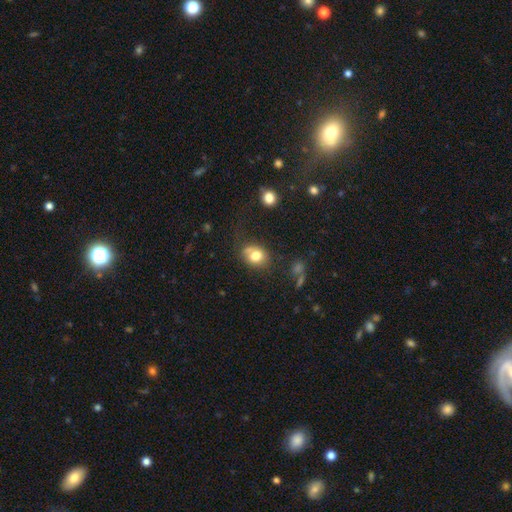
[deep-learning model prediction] A smooth galaxy with no disk features (75%) that is round (50%). Merging: none (57%).